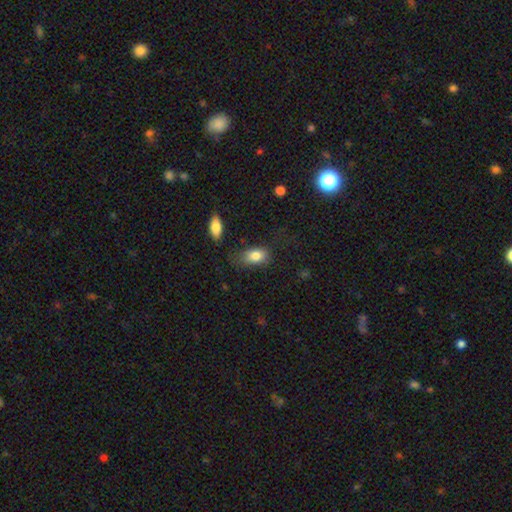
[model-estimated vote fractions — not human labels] smooth-or-featured: smooth: 82% | featured or disk: 10% | star or artifact: 8%
  how-rounded: in between: 87% | round: 11% | cigar-shaped: 3%
  merging: none: 60% | minor disturbance: 26% | major disturbance: 11% | merger: 3%